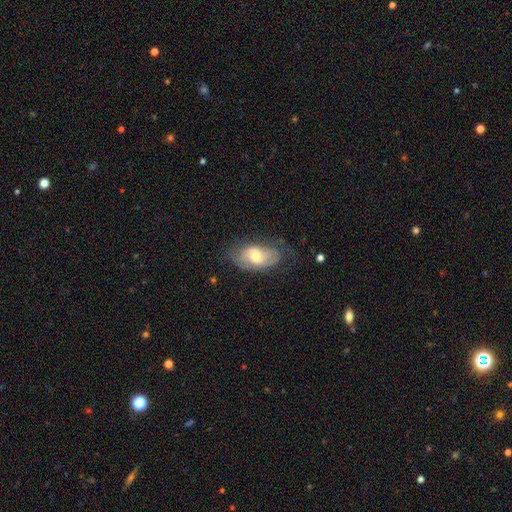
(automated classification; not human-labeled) This is possibly a featured or disk galaxy (52%). It is clearly not viewed edge-on (92%). Merging: possibly none (57%).